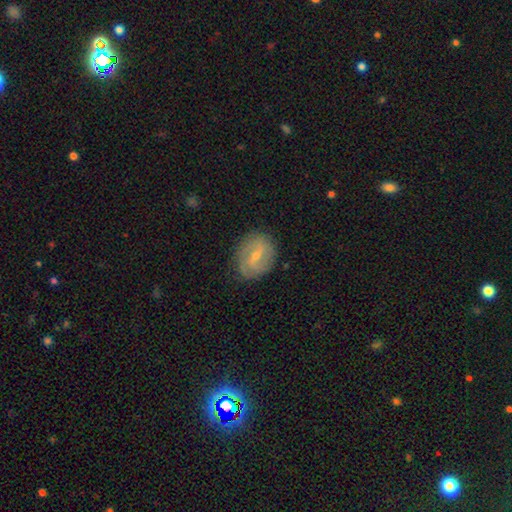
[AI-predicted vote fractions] This appears to be a featured or disk galaxy (63%) with a weak bar (54%), spiral arms (76%) and a small central bulge (61%). Merging: none (79%).